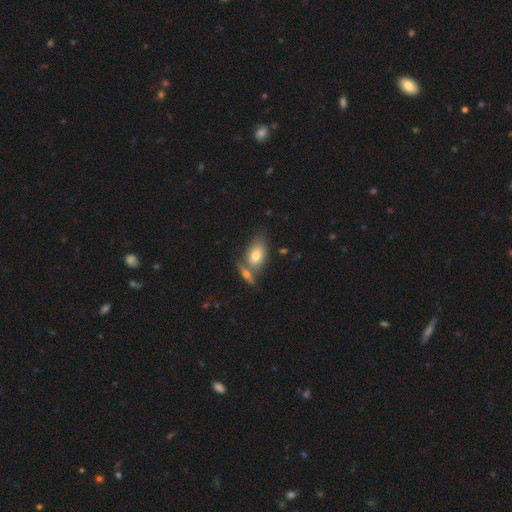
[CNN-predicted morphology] smooth 76%, featured or disk 17%, star or artifact 7%. Down the decision tree: how rounded — in between (89%); merging — none (45%).